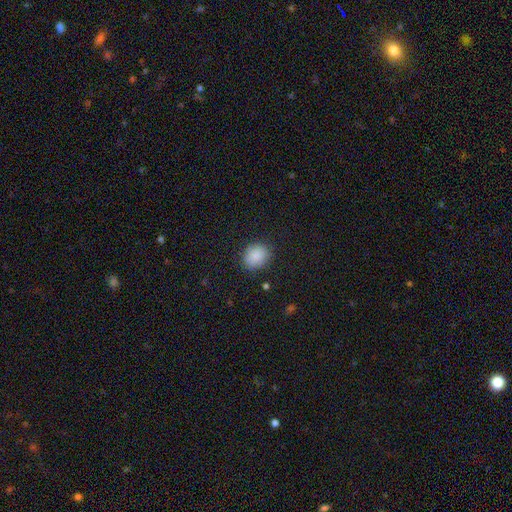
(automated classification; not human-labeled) This is clearly a smooth galaxy (88%). How rounded: likely round (63%). Merging: clearly none (85%).